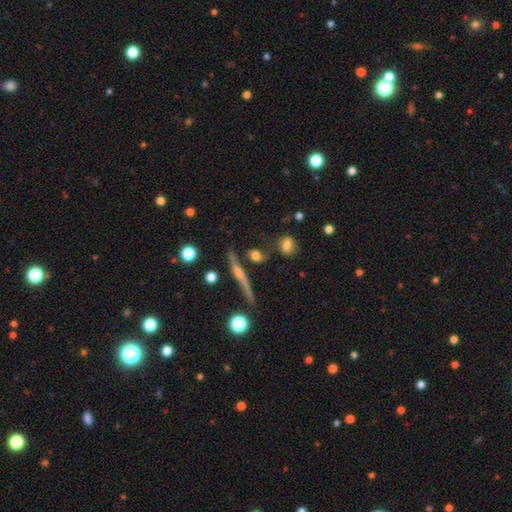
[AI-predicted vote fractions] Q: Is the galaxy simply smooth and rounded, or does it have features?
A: smooth — 47%.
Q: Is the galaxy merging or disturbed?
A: none — 57%.